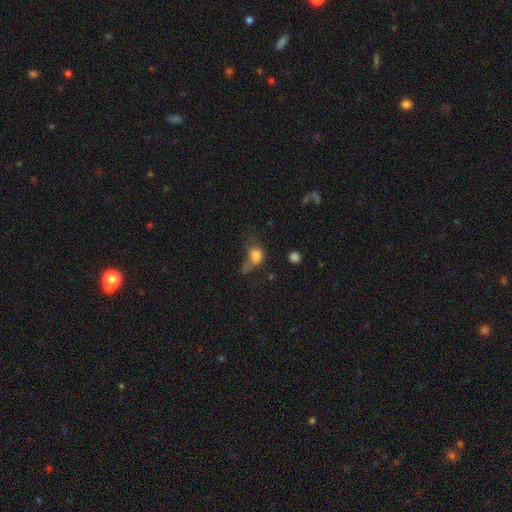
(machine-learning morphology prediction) This appears to be a smooth galaxy with no disk features (74%) that is in between round and cigar-shaped (51%). Merging: major disturbance (38%).